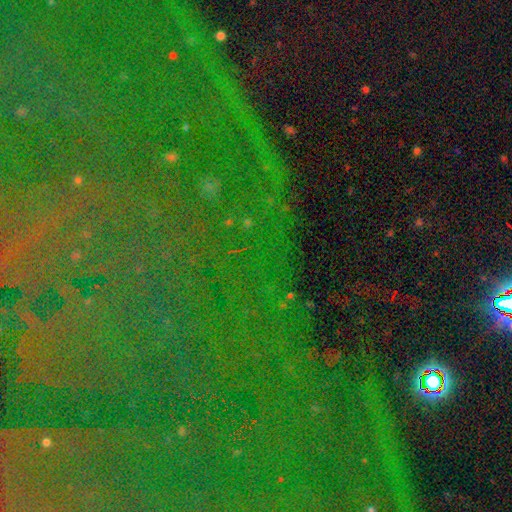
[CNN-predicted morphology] Overall: star or artifact (84%).